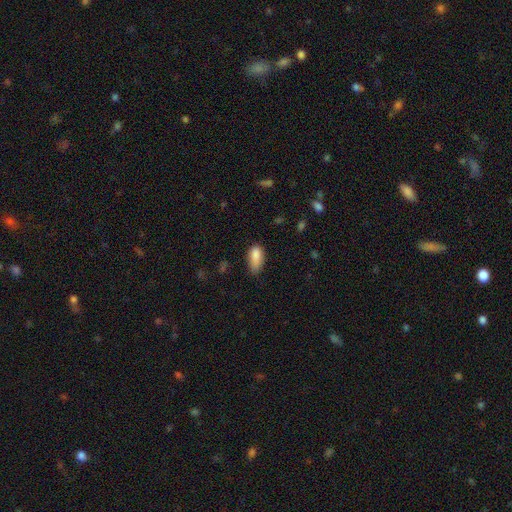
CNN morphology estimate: This is clearly a smooth galaxy (85%). How rounded: clearly in between (89%). Merging: possibly none (49%).